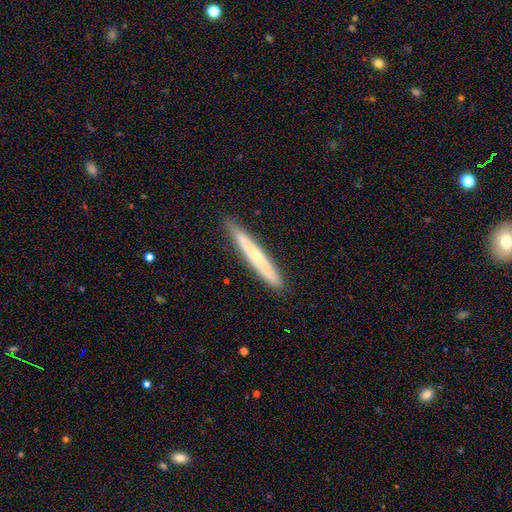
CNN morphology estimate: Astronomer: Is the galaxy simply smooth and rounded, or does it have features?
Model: featured or disk — 48% (runner-up: smooth, 47%).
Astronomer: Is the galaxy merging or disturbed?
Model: none — 89%.